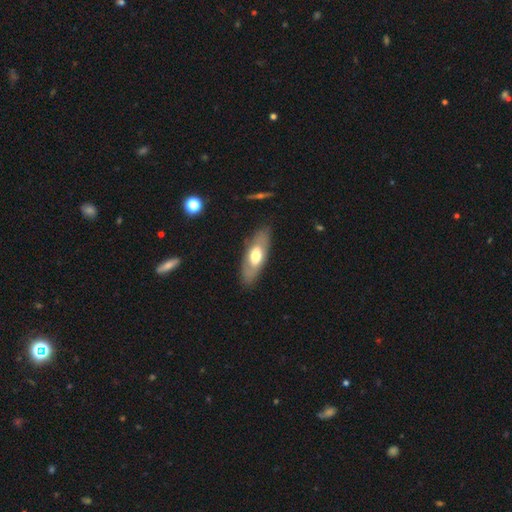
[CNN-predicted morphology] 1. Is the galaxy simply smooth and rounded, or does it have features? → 54% smooth, 40% featured or disk, 6% star or artifact.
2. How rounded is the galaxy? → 73% in between, 24% cigar-shaped, 3% round.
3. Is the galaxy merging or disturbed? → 83% none, 12% minor disturbance, 4% major disturbance, 2% merger.